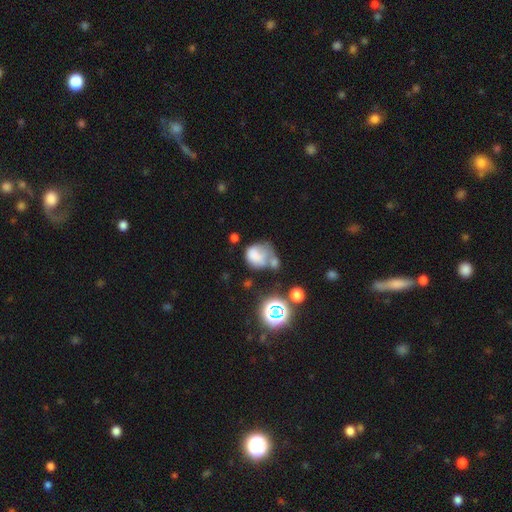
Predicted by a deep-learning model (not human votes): The model was most divided on "merging": merger: 30%, none: 24%, major disturbance: 24%, minor disturbance: 22%. More confident: smooth or featured — smooth (61%); how rounded — round (57%).